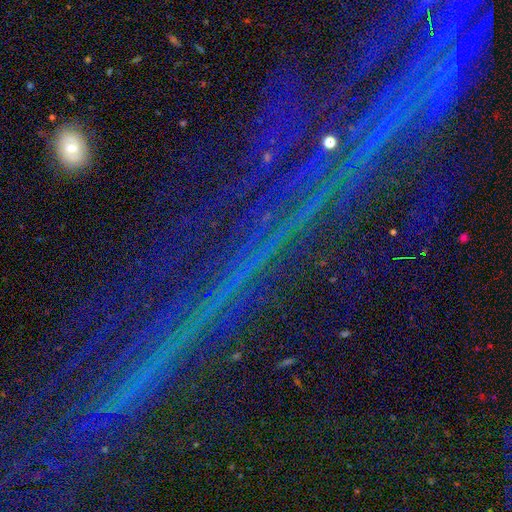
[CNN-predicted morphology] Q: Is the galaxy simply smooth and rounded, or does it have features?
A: star or artifact — 84%.